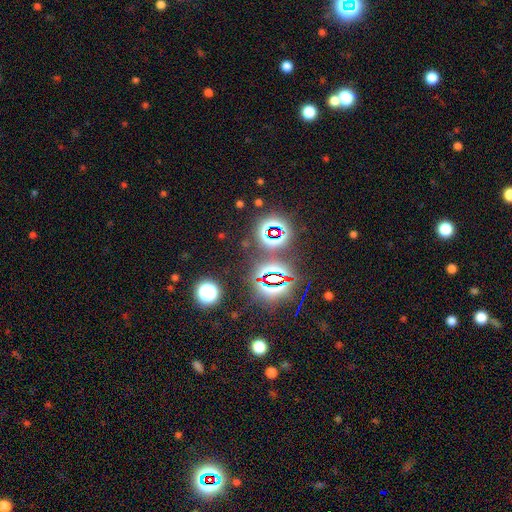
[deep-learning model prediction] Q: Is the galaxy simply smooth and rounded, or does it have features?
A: star or artifact — 82%.